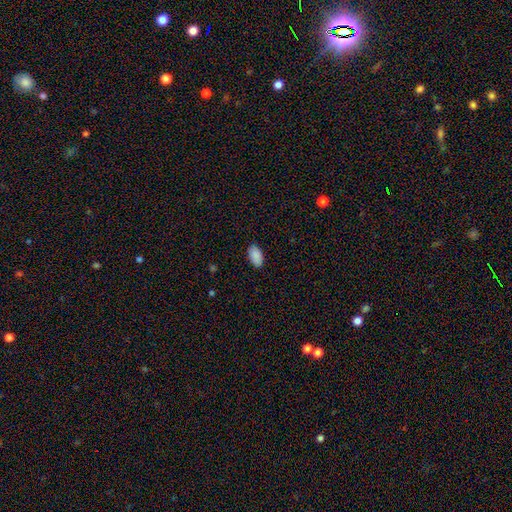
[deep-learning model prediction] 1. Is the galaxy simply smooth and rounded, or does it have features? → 90% smooth, 7% star or artifact, 4% featured or disk.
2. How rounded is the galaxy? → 95% in between, 4% round, 2% cigar-shaped.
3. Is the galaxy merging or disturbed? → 88% none, 9% minor disturbance, 2% major disturbance, 1% merger.